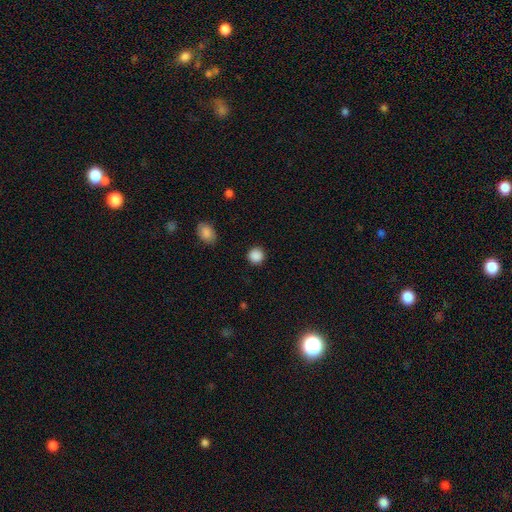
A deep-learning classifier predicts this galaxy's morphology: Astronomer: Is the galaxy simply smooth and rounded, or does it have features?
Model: smooth — 88%.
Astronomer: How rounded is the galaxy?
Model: round — 92%.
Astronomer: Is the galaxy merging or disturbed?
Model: none — 90%.